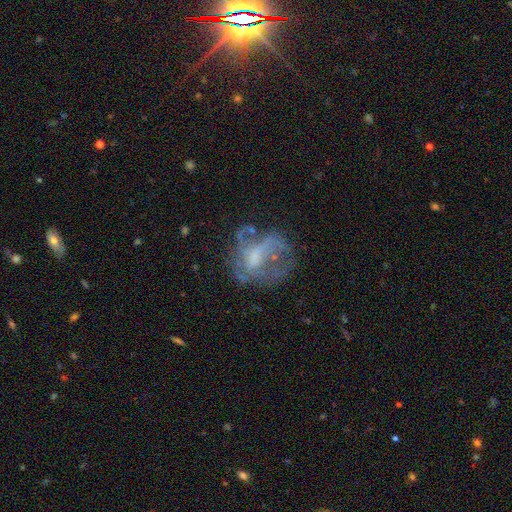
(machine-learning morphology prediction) Smooth or featured: featured or disk — 60% (smooth — 27%)
Edge-on disk: no — 97% (yes — 3%)
Bar: no — 60% (weak — 30%)
Spiral arms: no — 70% (yes — 30%)
Bulge size: none — 36% (moderate — 31%)
Merging: none — 40% (major disturbance — 36%)